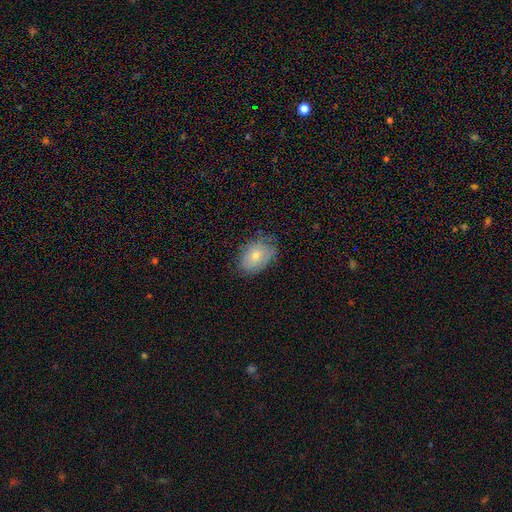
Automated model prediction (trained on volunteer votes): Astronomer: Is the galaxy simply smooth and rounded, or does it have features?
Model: smooth — 71%.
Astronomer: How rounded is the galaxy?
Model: in between — 82%.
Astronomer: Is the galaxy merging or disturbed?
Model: none — 65%.